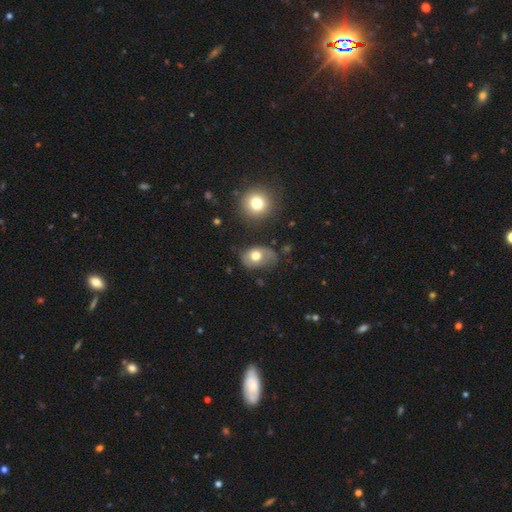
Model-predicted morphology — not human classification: smooth_or_featured: smooth (p=0.60) [alt: featured or disk p=0.32]
how_rounded: in between (p=0.76) [alt: round p=0.23]
merging: none (p=0.54) [alt: minor disturbance p=0.29]